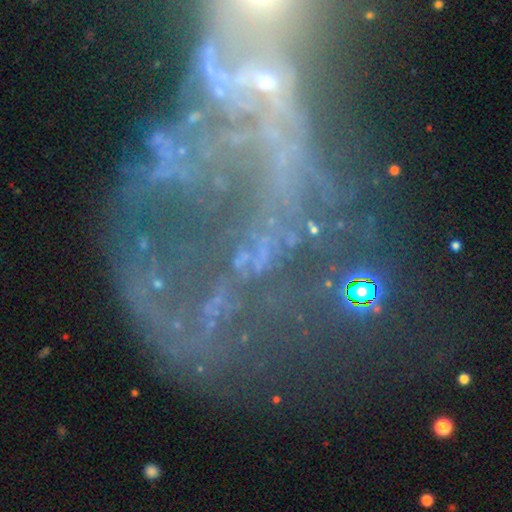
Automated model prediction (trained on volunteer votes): A featured or disk galaxy (56%) with no bar (63%), spiral arms (51%) and no central bulge (45%).

Vote fractions:
- Smooth or featured? featured or disk: 56% / star or artifact: 32% / smooth: 12%
- Edge-on disk? no: 94% / yes: 6%
- Bar? no: 63% / weak: 21% / strong: 17%
- Spiral arms? yes: 51% / no: 49%
- Bulge size? none: 45% / small: 36% / moderate: 13% / large: 4% / dominant: 3%
- Merging? major disturbance: 34% (tied) / none: 34% (tied) / merger: 17% / minor disturbance: 14%